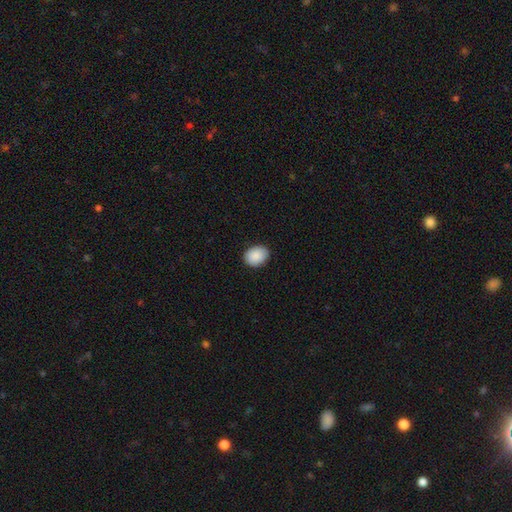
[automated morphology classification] smooth_or_featured: smooth (p=0.90) [alt: star or artifact p=0.07]
how_rounded: in between (p=0.61) [alt: round p=0.39]
merging: none (p=0.88) [alt: minor disturbance p=0.09]